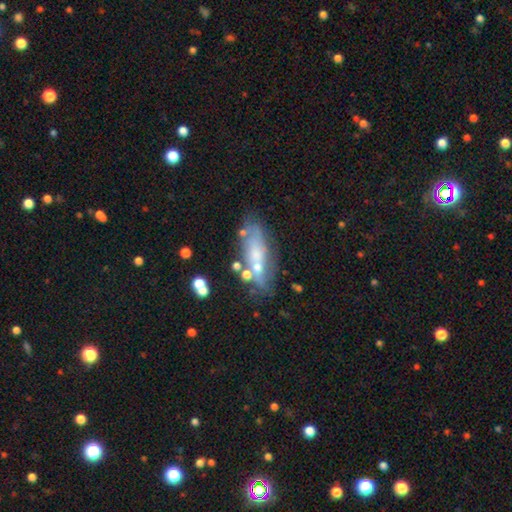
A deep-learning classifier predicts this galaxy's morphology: The model was most divided on "smooth or featured": featured or disk: 54%, smooth: 33%, star or artifact: 13%. More confident: edge-on disk — no (72%); merging — none (61%).